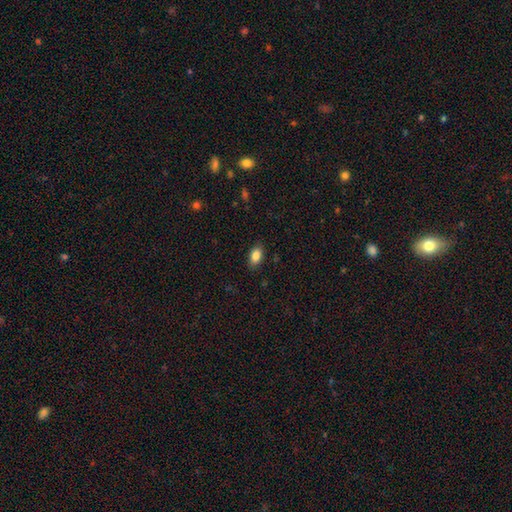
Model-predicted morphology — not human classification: Smooth or featured? smooth (86%)
How rounded? in between (91%)
Merging? none (86%)